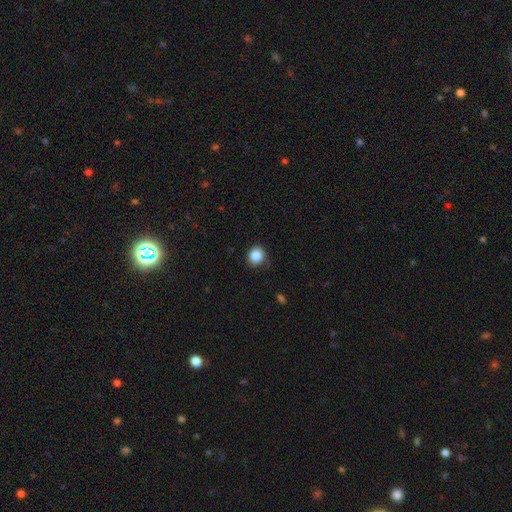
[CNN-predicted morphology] Smooth or featured?
  - smooth: 86% *
  - star or artifact: 10%
  - featured or disk: 4%
How rounded?
  - round: 82% *
  - in between: 17%
  - cigar-shaped: 1%
Merging?
  - none: 78% *
  - minor disturbance: 17%
  - major disturbance: 3%
  - merger: 1%